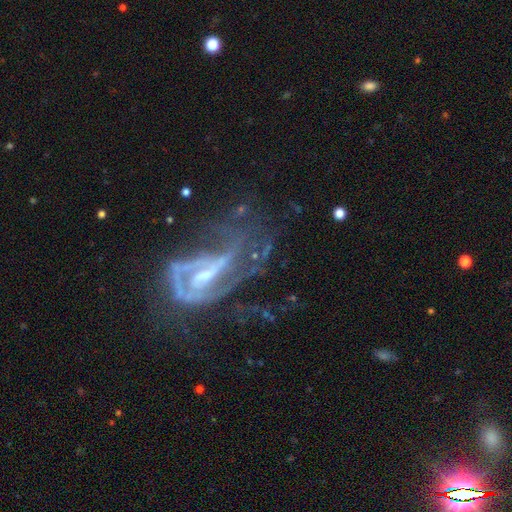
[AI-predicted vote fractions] smooth_or_featured: featured or disk (p=0.81) [alt: star or artifact p=0.10]
disk_edge_on: no (p=0.94) [alt: yes p=0.06]
bar: weak (p=0.42) [alt: no p=0.29]
has_spiral_arms: yes (p=0.84) [alt: no p=0.16]
spiral_winding: medium (p=0.43) [alt: loose p=0.29]
spiral_arm_count: 2 (p=0.41) [alt: can't tell p=0.25]
bulge_size: small (p=0.40) [alt: moderate p=0.38]
merging: major disturbance (p=0.42) [alt: none p=0.31]